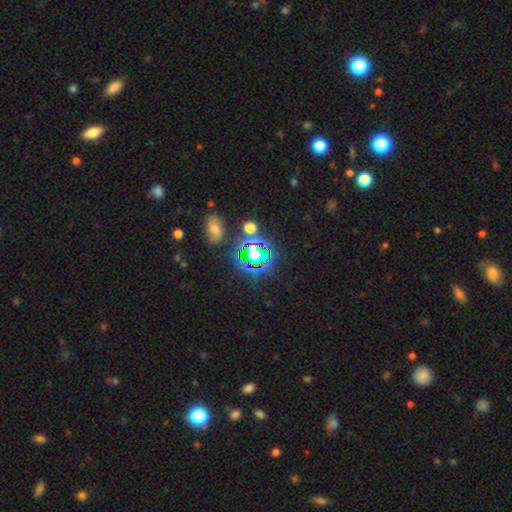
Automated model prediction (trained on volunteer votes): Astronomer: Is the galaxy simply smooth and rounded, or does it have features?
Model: star or artifact — 64%.